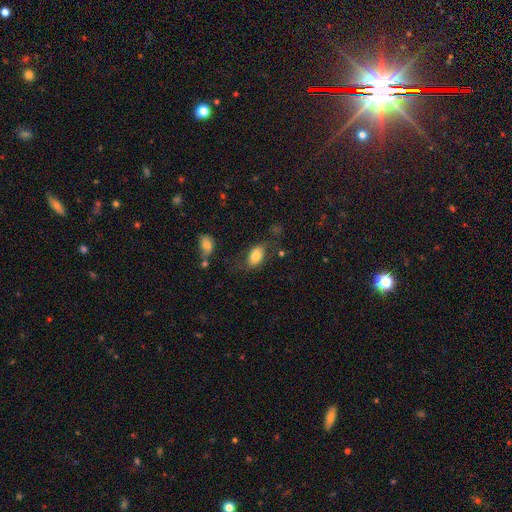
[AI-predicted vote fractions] A smooth galaxy with no disk features (79%) that is in between round and cigar-shaped (90%). Merging: none (68%).